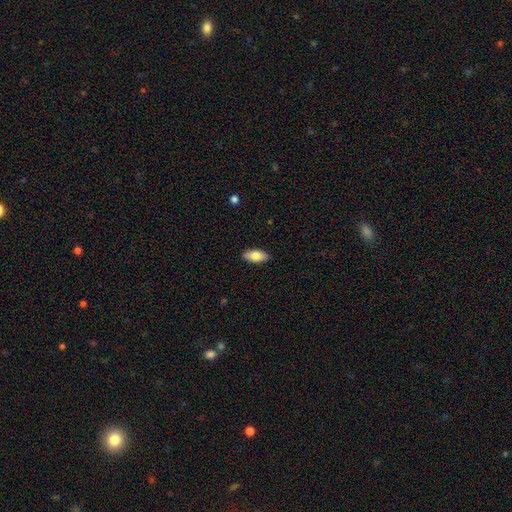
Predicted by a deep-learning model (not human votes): A smooth galaxy with no disk features (80%) that is in between round and cigar-shaped (88%).

Vote fractions:
- Smooth or featured? smooth: 80% / featured or disk: 14% / star or artifact: 6%
- How rounded? in between: 88% / cigar-shaped: 9% / round: 2%
- Merging? none: 89% / minor disturbance: 8% / major disturbance: 2% / merger: 1%